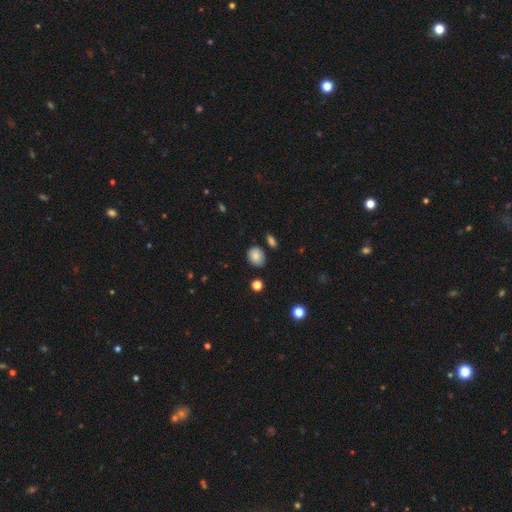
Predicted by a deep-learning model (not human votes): Q: Smooth or featured?
A: smooth (83%); runner-up: star or artifact (10%)
Q: How rounded?
A: in between (52%); runner-up: round (47%)
Q: Merging?
A: none (78%); runner-up: minor disturbance (15%)